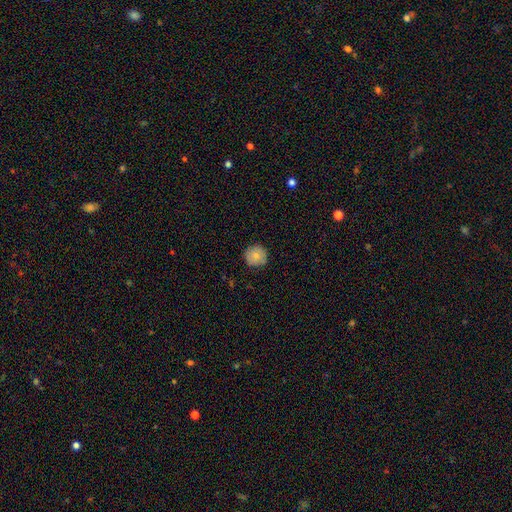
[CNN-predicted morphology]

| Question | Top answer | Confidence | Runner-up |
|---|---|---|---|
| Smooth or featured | smooth | 80% | featured or disk (12%) |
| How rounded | round | 93% | in between (6%) |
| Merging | none | 86% | minor disturbance (11%) |